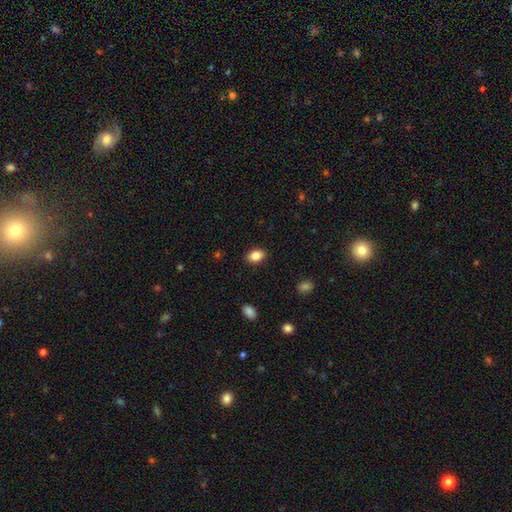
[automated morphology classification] This is clearly a smooth galaxy (85%). How rounded: likely in between (79%). Merging: clearly none (88%).